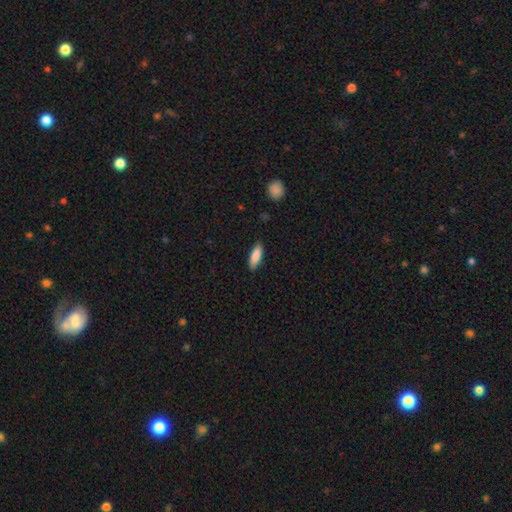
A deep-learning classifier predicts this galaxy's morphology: smooth_or_featured: smooth (p=0.87) [alt: featured or disk p=0.08]
how_rounded: in between (p=0.57) [alt: cigar-shaped p=0.41]
merging: none (p=0.86) [alt: minor disturbance p=0.11]